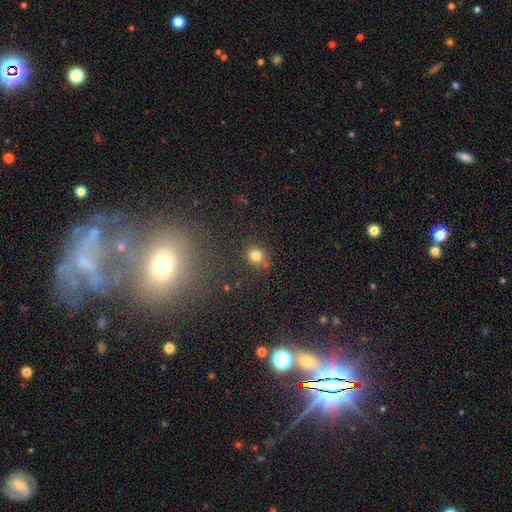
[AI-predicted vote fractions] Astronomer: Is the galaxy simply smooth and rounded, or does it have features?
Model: smooth — 80%.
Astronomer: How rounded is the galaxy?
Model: round — 84%.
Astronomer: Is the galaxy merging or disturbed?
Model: none — 77%.